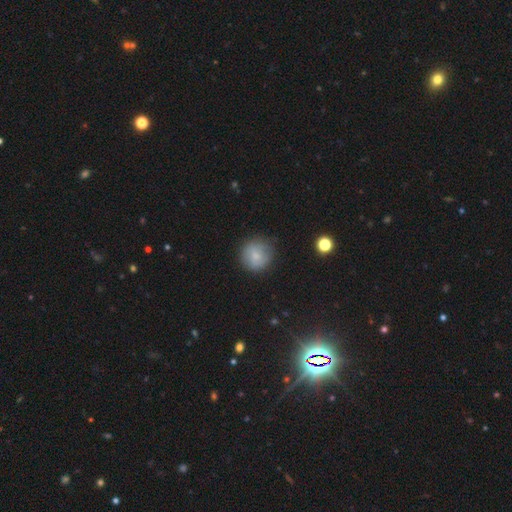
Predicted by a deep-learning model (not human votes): The model was most divided on "smooth or featured": smooth: 75%, featured or disk: 16%, star or artifact: 8%. More confident: how rounded — round (90%); merging — none (79%).